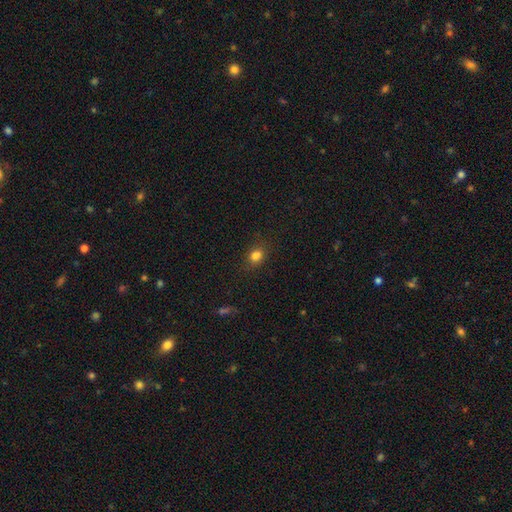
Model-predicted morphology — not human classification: Smooth or featured: smooth — 80% (star or artifact — 14%)
How rounded: in between — 51% (round — 47%)
Merging: none — 79% (minor disturbance — 14%)